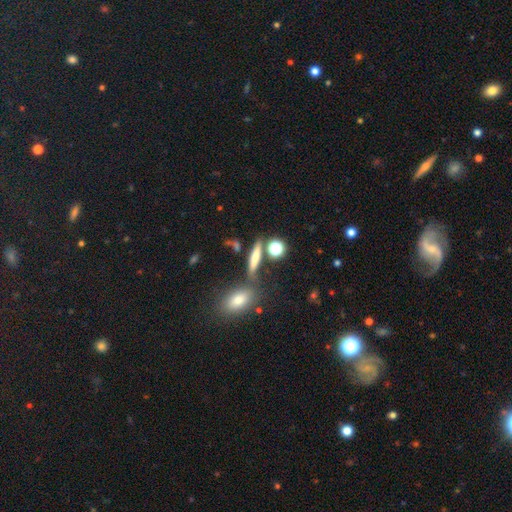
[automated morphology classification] Smooth or featured: smooth — 61% (featured or disk — 26%)
How rounded: cigar-shaped — 70% (in between — 20%)
Merging: none — 69% (merger — 14%)